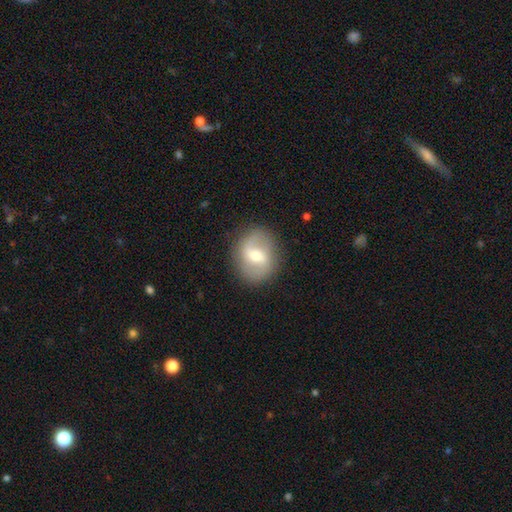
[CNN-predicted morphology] Q: Smooth or featured?
A: featured or disk (65%); runner-up: smooth (28%)
Q: Edge-on disk?
A: no (96%); runner-up: yes (4%)
Q: Bar?
A: weak (51%); runner-up: no (26%)
Q: Spiral arms?
A: yes (79%); runner-up: no (21%)
Q: Bulge size?
A: moderate (59%); runner-up: small (36%)
Q: Merging?
A: none (85%); runner-up: minor disturbance (10%)